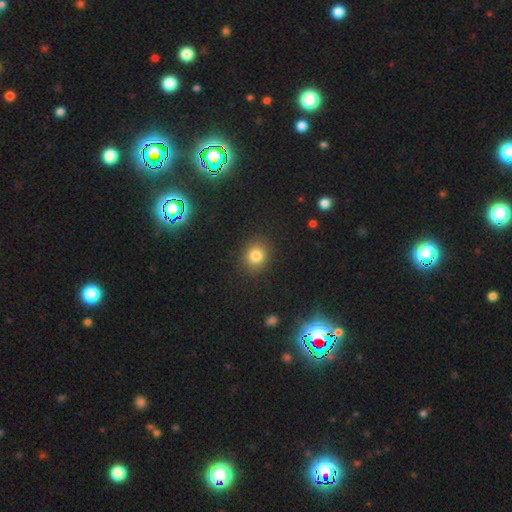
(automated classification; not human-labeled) Smooth or featured?
  - smooth: 81% *
  - star or artifact: 13%
  - featured or disk: 7%
How rounded?
  - round: 70% *
  - in between: 29%
  - cigar-shaped: 1%
Merging?
  - none: 88% *
  - minor disturbance: 8%
  - major disturbance: 3%
  - merger: 1%